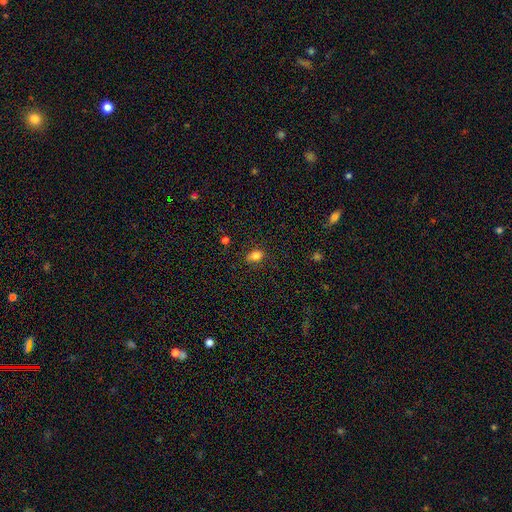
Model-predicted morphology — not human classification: Q: Smooth or featured?
A: smooth (82%); runner-up: star or artifact (12%)
Q: How rounded?
A: in between (74%); runner-up: round (24%)
Q: Merging?
A: none (78%); runner-up: minor disturbance (16%)